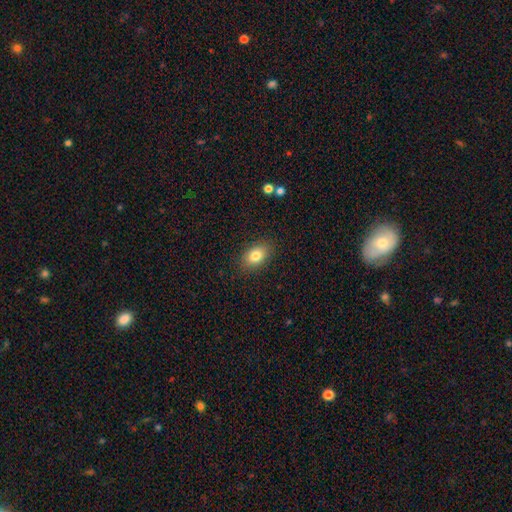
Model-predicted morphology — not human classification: smooth 81%, featured or disk 10%, star or artifact 9%. Down the decision tree: how rounded — in between (84%); merging — none (87%).